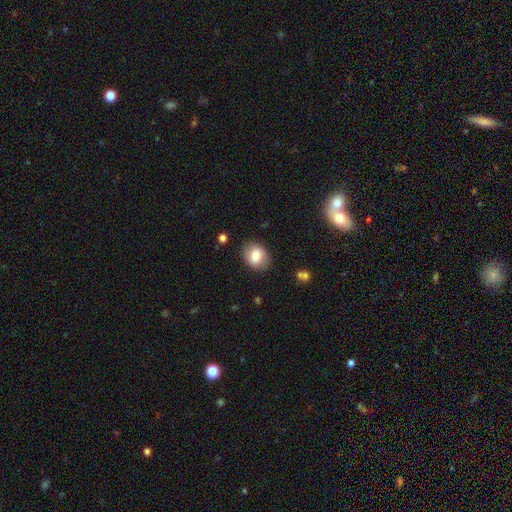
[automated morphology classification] Q: Smooth or featured?
A: smooth (76%); runner-up: featured or disk (16%)
Q: How rounded?
A: in between (52%); runner-up: round (47%)
Q: Merging?
A: none (84%); runner-up: minor disturbance (11%)